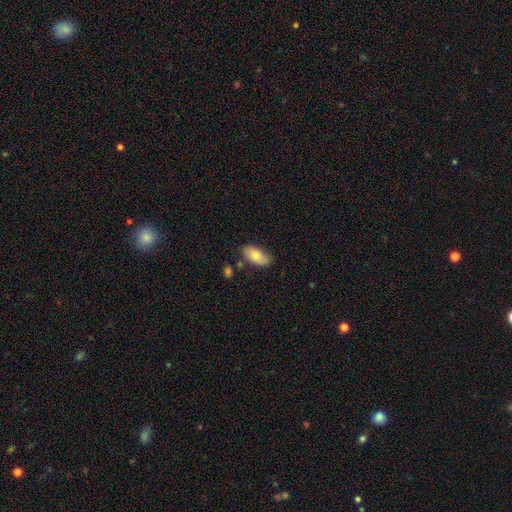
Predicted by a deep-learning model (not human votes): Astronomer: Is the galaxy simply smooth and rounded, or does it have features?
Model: smooth — 77%.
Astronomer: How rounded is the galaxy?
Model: in between — 93%.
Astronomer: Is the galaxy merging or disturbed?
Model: none — 74%.